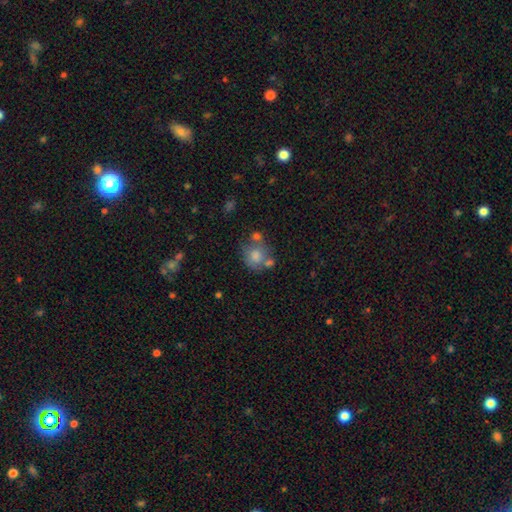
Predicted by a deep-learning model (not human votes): The model was most divided on "merging": none: 40%, merger: 29%, minor disturbance: 19%, major disturbance: 12%. More confident: how rounded — round (70%); smooth or featured — smooth (69%).